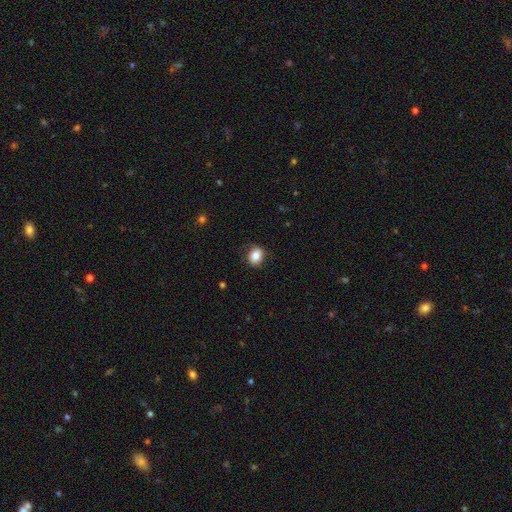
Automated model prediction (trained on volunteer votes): smooth 80%, featured or disk 10%, star or artifact 9%. Down the decision tree: how rounded — round (54%); merging — none (78%).